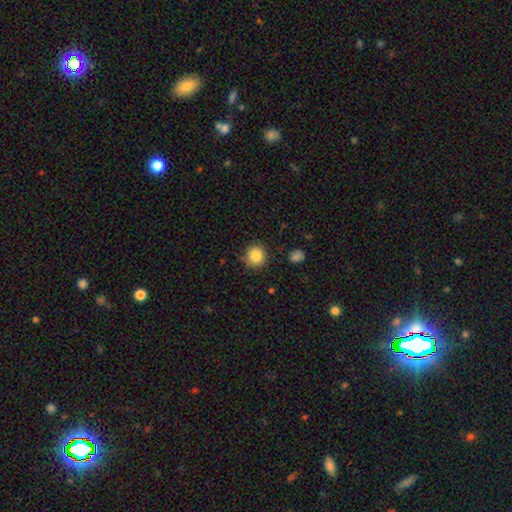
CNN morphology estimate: Smooth or featured? smooth (85%)
How rounded? round (92%)
Merging? none (81%)